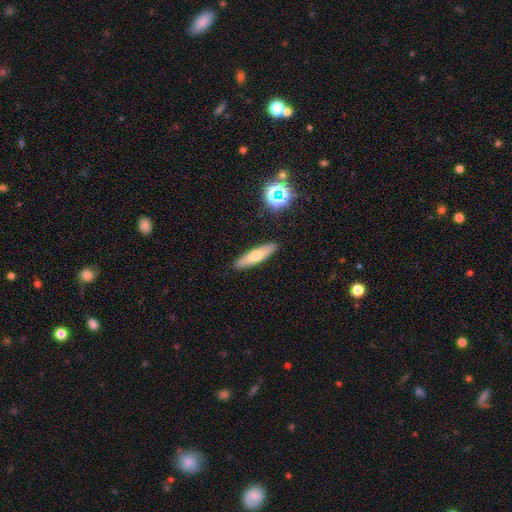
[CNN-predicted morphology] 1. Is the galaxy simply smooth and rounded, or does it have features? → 61% smooth, 31% featured or disk, 8% star or artifact.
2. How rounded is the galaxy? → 69% cigar-shaped, 29% in between, 2% round.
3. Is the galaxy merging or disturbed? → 90% none, 7% minor disturbance, 2% major disturbance, 1% merger.